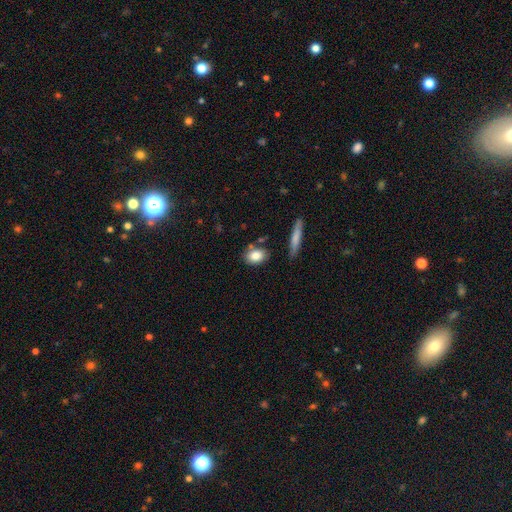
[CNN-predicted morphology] Smooth or featured: smooth — 82% (featured or disk — 10%)
How rounded: in between — 75% (round — 21%)
Merging: none — 74% (minor disturbance — 15%)